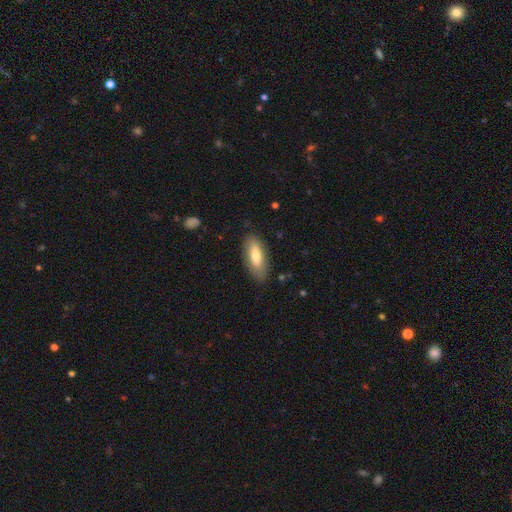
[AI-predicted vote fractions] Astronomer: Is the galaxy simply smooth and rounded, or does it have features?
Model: smooth — 74%.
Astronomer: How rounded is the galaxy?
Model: in between — 74%.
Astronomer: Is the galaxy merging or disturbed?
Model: none — 82%.